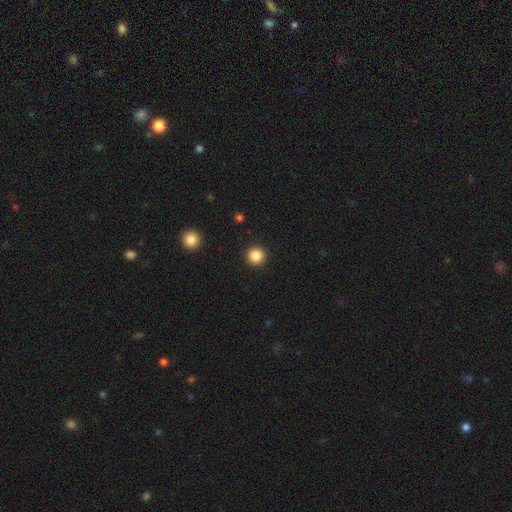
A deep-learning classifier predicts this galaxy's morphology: smooth-or-featured: smooth: 85% | star or artifact: 11% | featured or disk: 4%
  how-rounded: round: 95% | in between: 4% | cigar-shaped: 1%
  merging: none: 93% | minor disturbance: 4% | major disturbance: 2% | merger: 1%